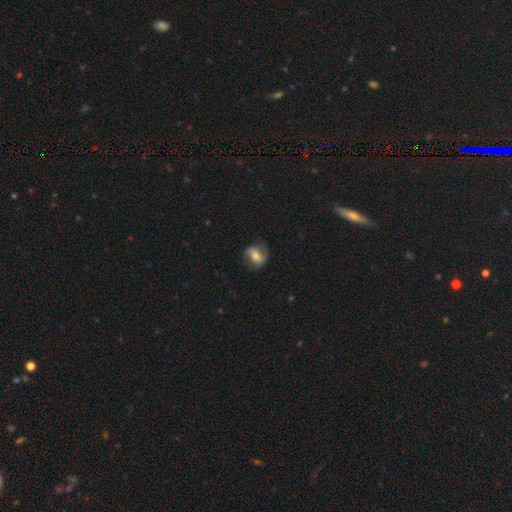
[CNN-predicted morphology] Overall: smooth (46%, tied with featured or disk). Merging: none (68%).